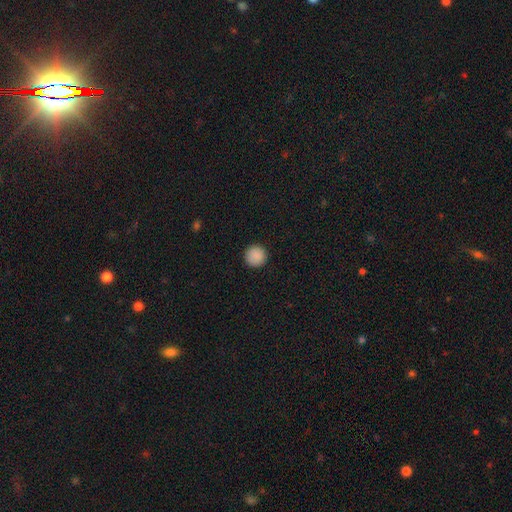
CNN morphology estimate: This is clearly a smooth galaxy (89%). How rounded: clearly round (96%). Merging: clearly none (93%).